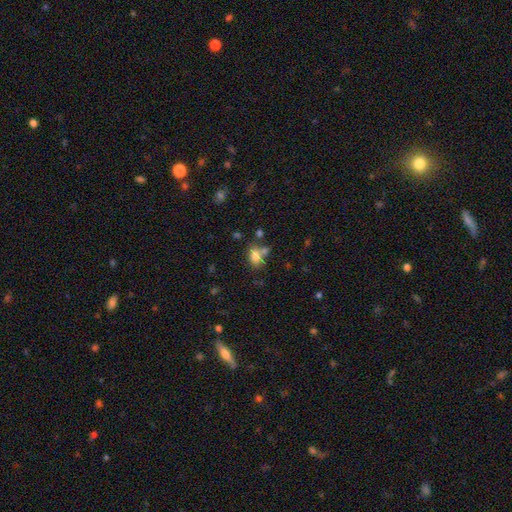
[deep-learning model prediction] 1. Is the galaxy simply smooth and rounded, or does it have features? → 78% smooth, 12% star or artifact, 10% featured or disk.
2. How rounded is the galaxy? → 81% in between, 17% round, 2% cigar-shaped.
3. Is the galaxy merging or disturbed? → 53% none, 27% merger, 14% minor disturbance, 6% major disturbance.